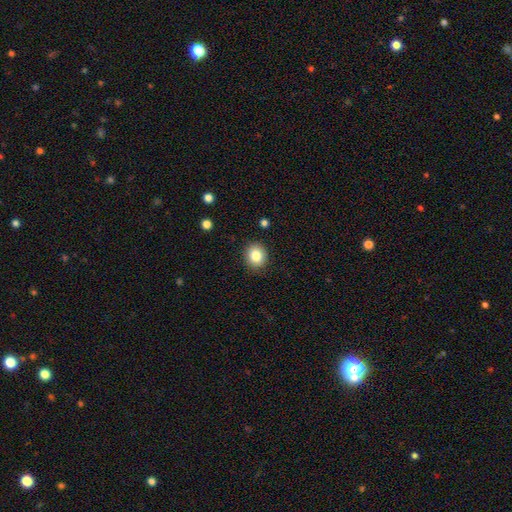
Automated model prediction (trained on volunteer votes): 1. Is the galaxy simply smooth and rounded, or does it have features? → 84% smooth, 9% star or artifact, 7% featured or disk.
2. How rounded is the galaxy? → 73% round, 26% in between, 1% cigar-shaped.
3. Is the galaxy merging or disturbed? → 89% none, 8% minor disturbance, 2% major disturbance, 1% merger.